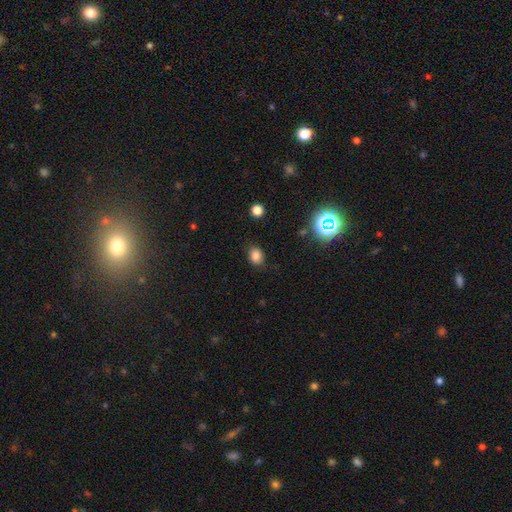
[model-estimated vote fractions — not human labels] This appears to be a smooth galaxy with no disk features (82%) that is in between round and cigar-shaped (54%). Merging: none (81%).